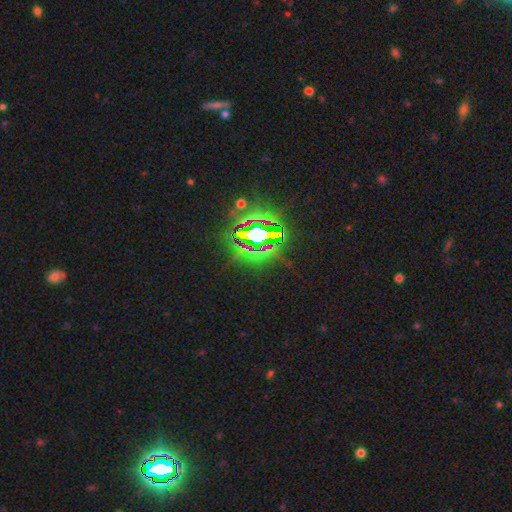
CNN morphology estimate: Smooth or featured? star or artifact (86%)